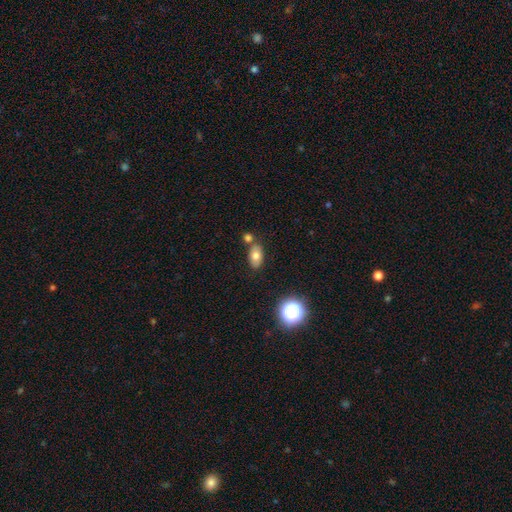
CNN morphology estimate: smooth-or-featured: smooth: 74% | featured or disk: 15% | star or artifact: 11%
  how-rounded: in between: 89% | round: 9% | cigar-shaped: 3%
  merging: none: 67% | merger: 17% | minor disturbance: 12% | major disturbance: 3%